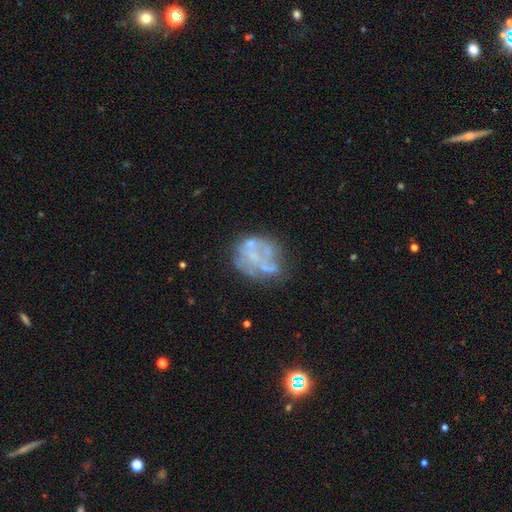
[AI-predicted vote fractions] This appears to be a featured or disk galaxy (67%) with no bar (87%), no spiral arms (80%) and no central bulge (63%). Merging: none (49%).